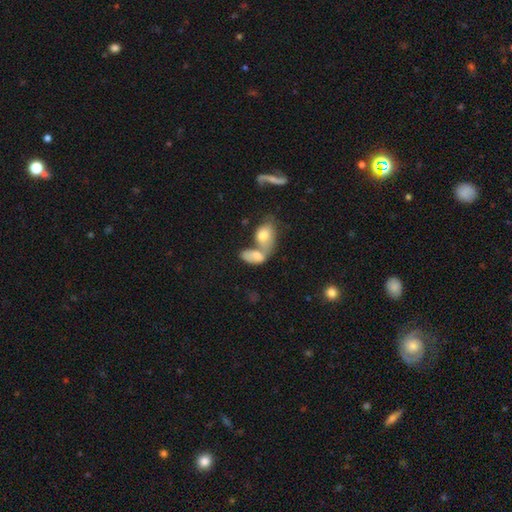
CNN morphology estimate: smooth_or_featured: smooth (p=0.73) [alt: featured or disk p=0.19]
how_rounded: in between (p=0.89) [alt: round p=0.07]
merging: merger (p=0.68) [alt: none p=0.18]